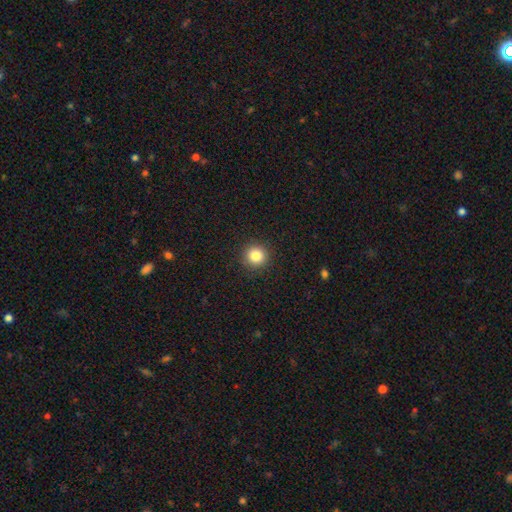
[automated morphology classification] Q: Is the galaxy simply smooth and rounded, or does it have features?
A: smooth — 84%.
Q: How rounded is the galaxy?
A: round — 95%.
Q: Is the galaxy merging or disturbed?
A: none — 92%.